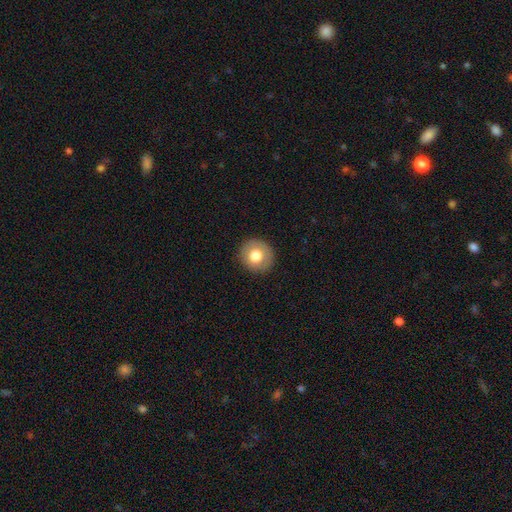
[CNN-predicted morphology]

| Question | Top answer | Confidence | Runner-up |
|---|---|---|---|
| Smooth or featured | smooth | 75% | featured or disk (16%) |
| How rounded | round | 92% | in between (7%) |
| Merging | none | 90% | minor disturbance (7%) |